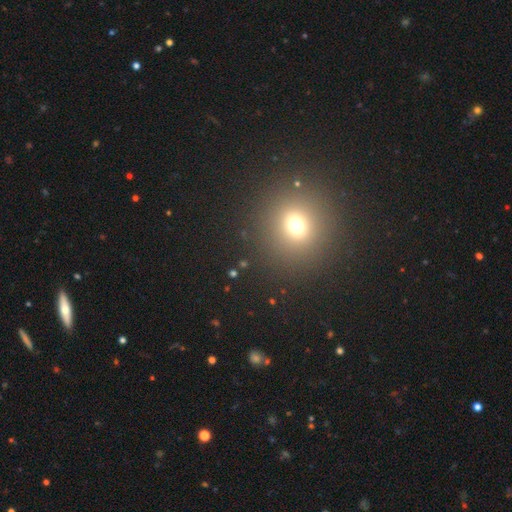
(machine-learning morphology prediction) smooth-or-featured: smooth: 61% | star or artifact: 31% | featured or disk: 8%
  how-rounded: round: 90% | in between: 8% | cigar-shaped: 1%
  merging: none: 91% | minor disturbance: 5% | major disturbance: 2% | merger: 2%